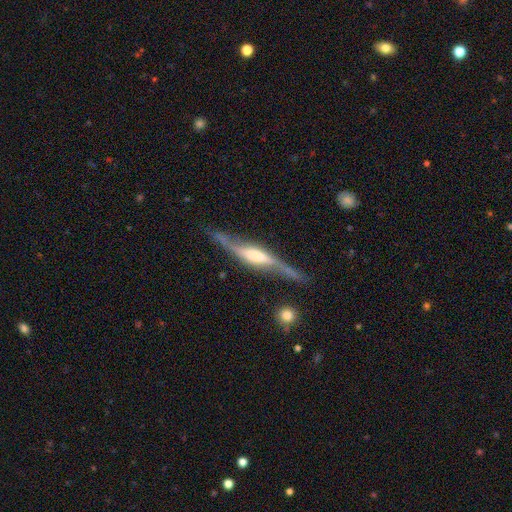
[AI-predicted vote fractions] This is clearly a featured or disk galaxy (84%). It is likely viewed edge-on (76%). Edge-on bulge: possibly rounded (49%). Merging: likely none (65%).